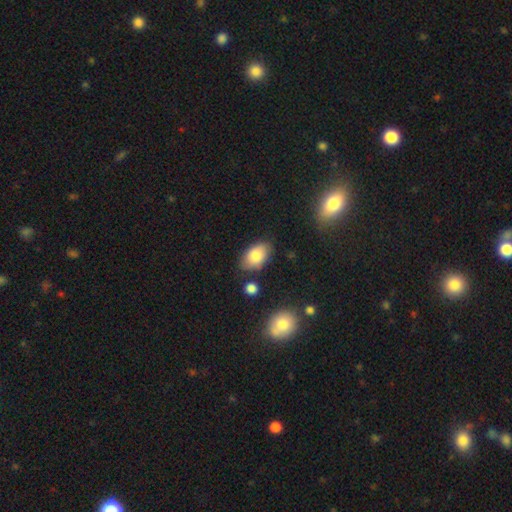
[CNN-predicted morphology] Smooth or featured? Predicted: smooth (p=0.83). How rounded? Predicted: in between (p=0.91). Merging? Predicted: none (p=0.76).